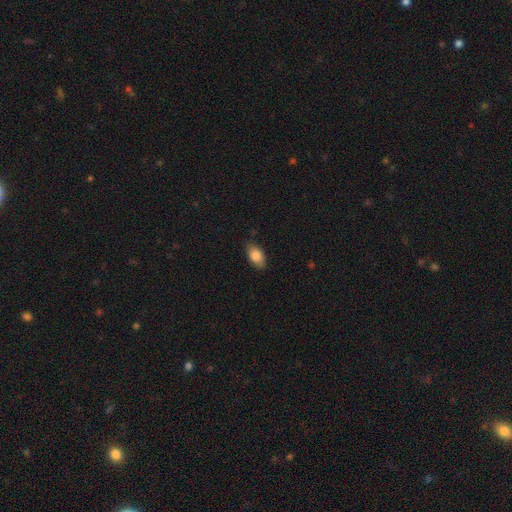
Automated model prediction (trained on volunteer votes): Smooth or featured?
  - smooth: 84% *
  - featured or disk: 9%
  - star or artifact: 7%
How rounded?
  - in between: 89% *
  - round: 8%
  - cigar-shaped: 3%
Merging?
  - none: 80% *
  - minor disturbance: 16%
  - major disturbance: 3%
  - merger: 1%